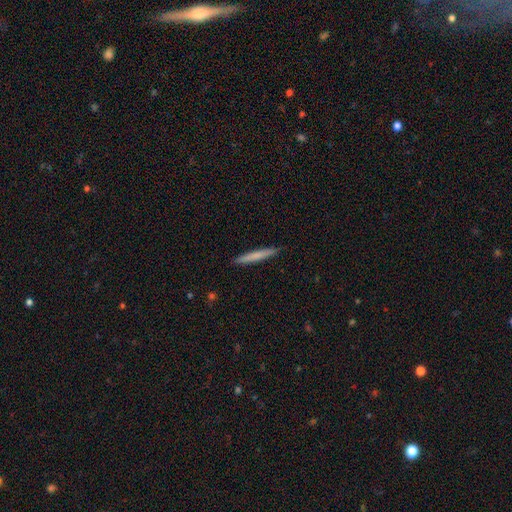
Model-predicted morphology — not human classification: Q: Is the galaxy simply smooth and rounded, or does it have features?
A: smooth — 68%.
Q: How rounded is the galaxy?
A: cigar-shaped — 96%.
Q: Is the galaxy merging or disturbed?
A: none — 91%.